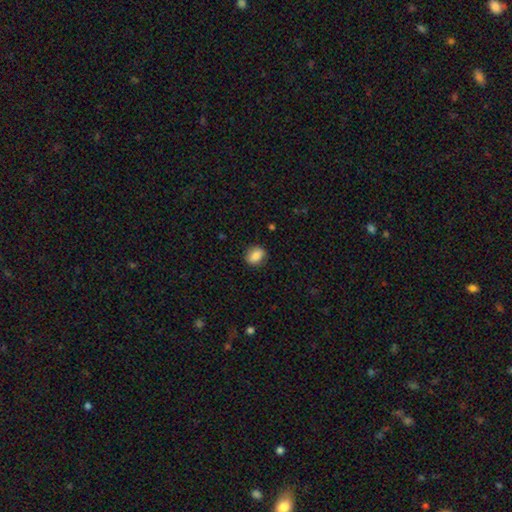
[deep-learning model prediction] Smooth or featured: smooth — 85% (star or artifact — 8%)
How rounded: in between — 61% (round — 37%)
Merging: none — 84% (minor disturbance — 12%)